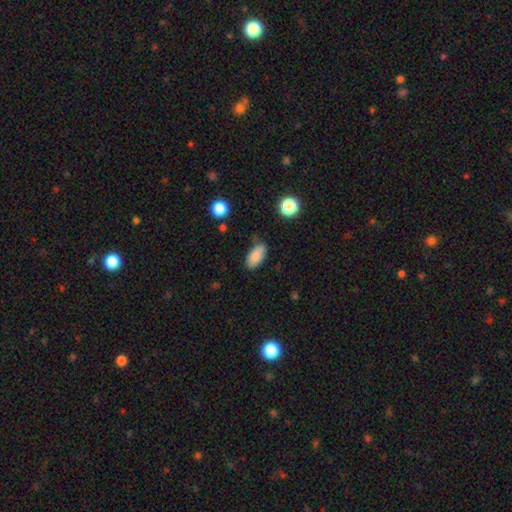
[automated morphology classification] type=smooth (87%); roundness=in between (90%); merging=none (74%).